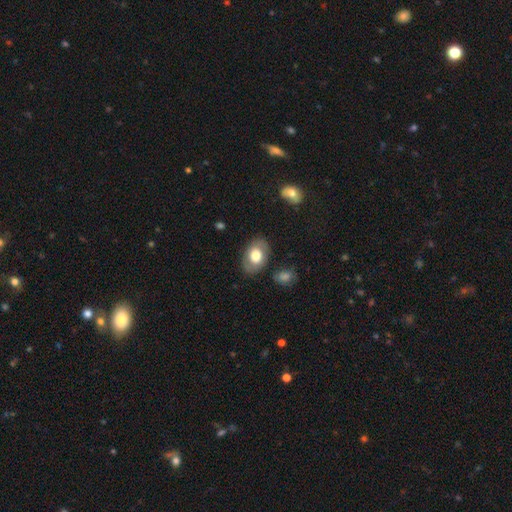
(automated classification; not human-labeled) This is likely a smooth galaxy (67%). How rounded: clearly in between (82%). Merging: clearly none (80%).